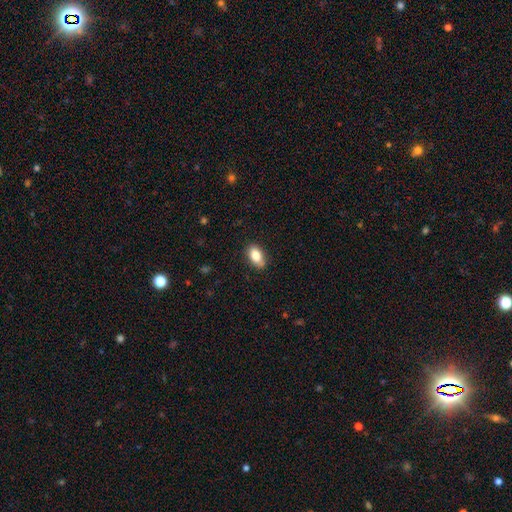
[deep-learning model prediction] This is clearly a smooth galaxy (84%). How rounded: clearly in between (90%). Merging: clearly none (82%).